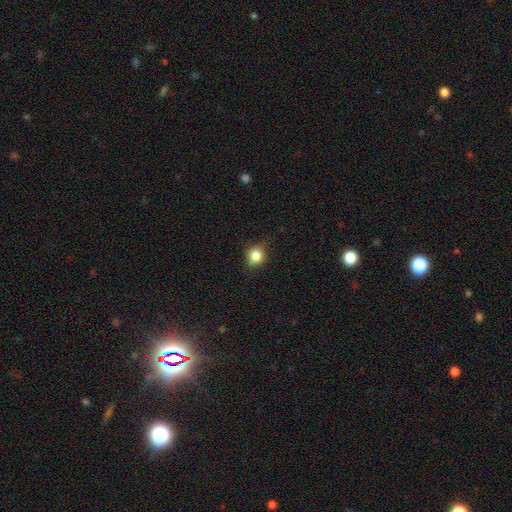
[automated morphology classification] Q: Smooth or featured?
A: smooth (81%); runner-up: star or artifact (11%)
Q: How rounded?
A: round (80%); runner-up: in between (18%)
Q: Merging?
A: none (80%); runner-up: minor disturbance (16%)